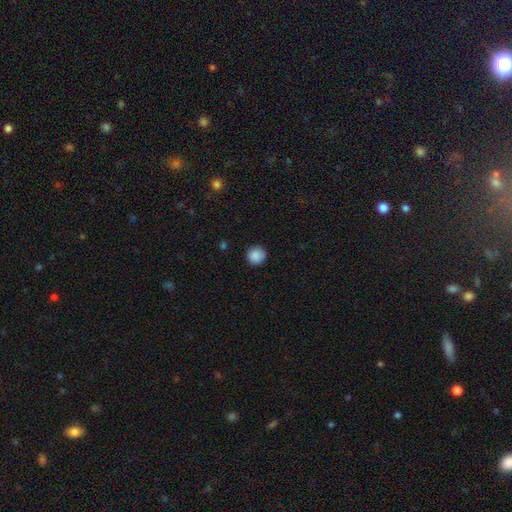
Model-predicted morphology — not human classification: Smooth or featured: smooth — 88% (star or artifact — 9%)
How rounded: round — 94% (in between — 5%)
Merging: none — 89% (minor disturbance — 8%)